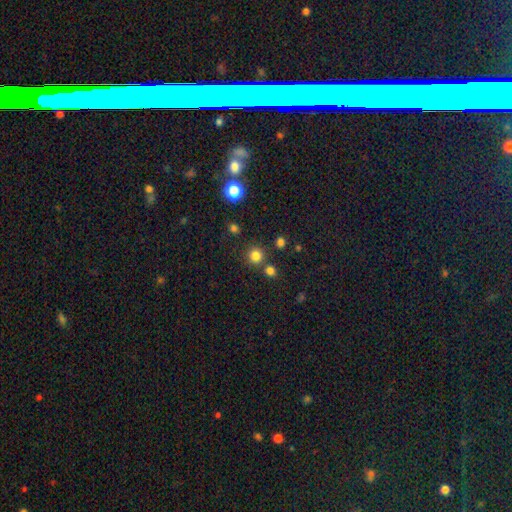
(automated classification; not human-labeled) Morphology: type=smooth (80%); roundness=round (93%); merging=none (80%).